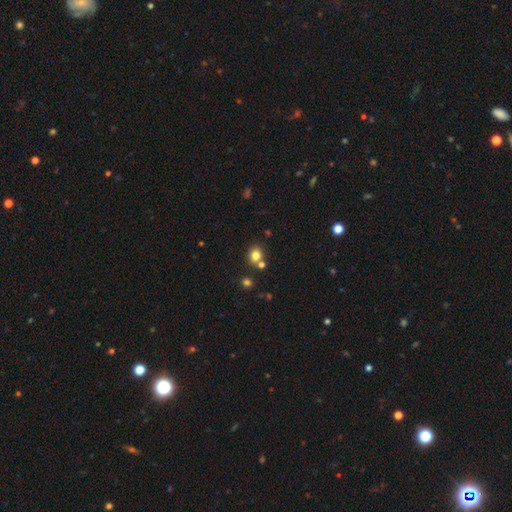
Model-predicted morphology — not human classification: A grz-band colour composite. It shows a smooth galaxy with no disk features (79%) that is round (66%). Merging: none (65%).